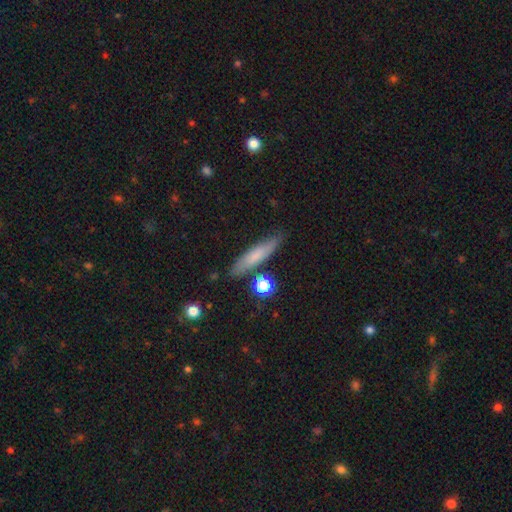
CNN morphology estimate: type=smooth (69%); roundness=cigar-shaped (83%); merging=none (81%).